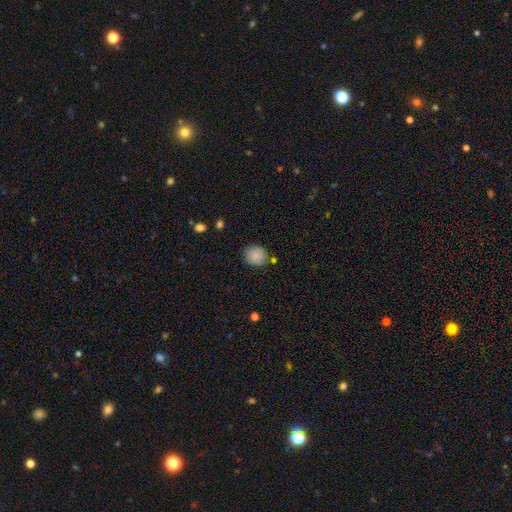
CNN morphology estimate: smooth-or-featured: smooth: 88% | star or artifact: 8% | featured or disk: 4%
  how-rounded: round: 89% | in between: 10% | cigar-shaped: 1%
  merging: none: 83% | minor disturbance: 11% | merger: 4% | major disturbance: 3%